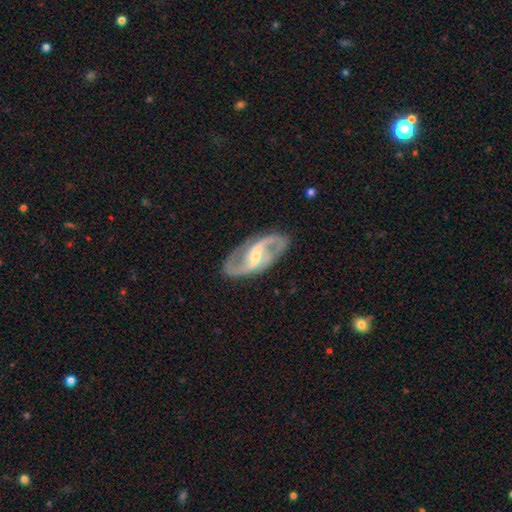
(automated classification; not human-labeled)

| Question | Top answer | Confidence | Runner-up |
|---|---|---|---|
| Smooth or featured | featured or disk | 90% | smooth (6%) |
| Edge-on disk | no | 96% | yes (4%) |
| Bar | weak | 45% | strong (35%) |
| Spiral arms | yes | 97% | no (3%) |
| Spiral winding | medium | 53% | loose (31%) |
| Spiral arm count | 2 | 92% | can't tell (3%) |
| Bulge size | small | 56% | moderate (38%) |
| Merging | none | 84% | minor disturbance (11%) |